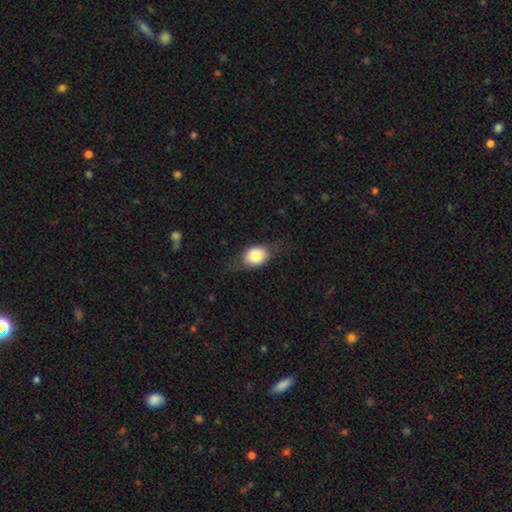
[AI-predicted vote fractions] A smooth galaxy with no disk features (79%) that is in between round and cigar-shaped (68%).

Vote fractions:
- Smooth or featured? smooth: 79% / featured or disk: 13% / star or artifact: 8%
- How rounded? in between: 68% / round: 31% / cigar-shaped: 2%
- Merging? none: 72% / minor disturbance: 20% / major disturbance: 7% / merger: 1%